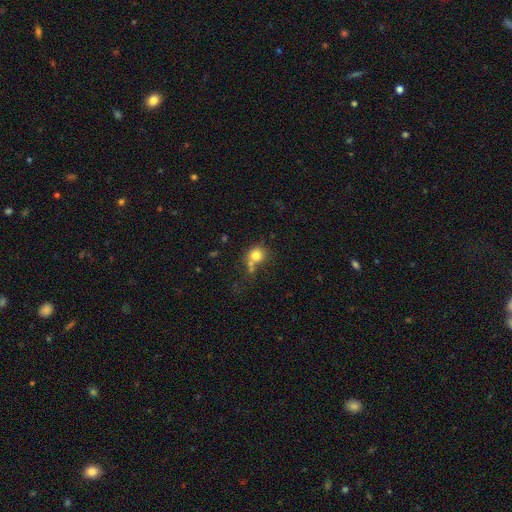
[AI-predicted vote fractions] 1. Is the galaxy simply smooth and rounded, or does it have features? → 78% smooth, 12% star or artifact, 10% featured or disk.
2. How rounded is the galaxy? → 82% round, 17% in between, 1% cigar-shaped.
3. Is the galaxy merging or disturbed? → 49% none, 28% merger, 15% minor disturbance, 8% major disturbance.